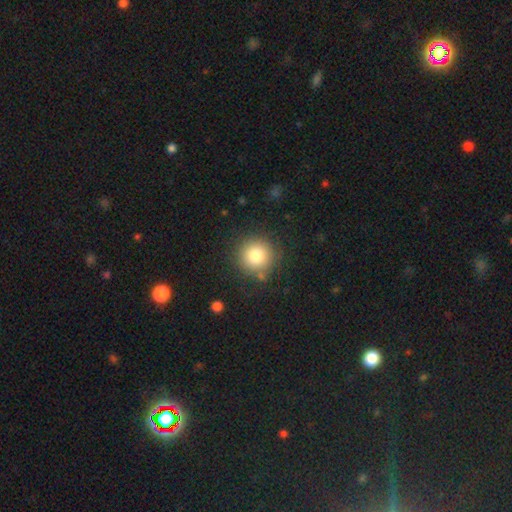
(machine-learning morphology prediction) smooth-or-featured: smooth: 80% | star or artifact: 11% | featured or disk: 9%
  how-rounded: round: 94% | in between: 5% | cigar-shaped: 1%
  merging: none: 85% | minor disturbance: 9% | major disturbance: 3% | merger: 3%